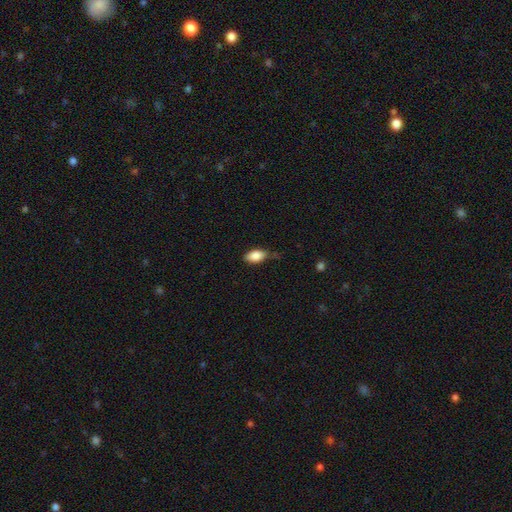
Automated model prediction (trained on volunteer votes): Smooth or featured? smooth (85%)
How rounded? in between (91%)
Merging? none (57%)